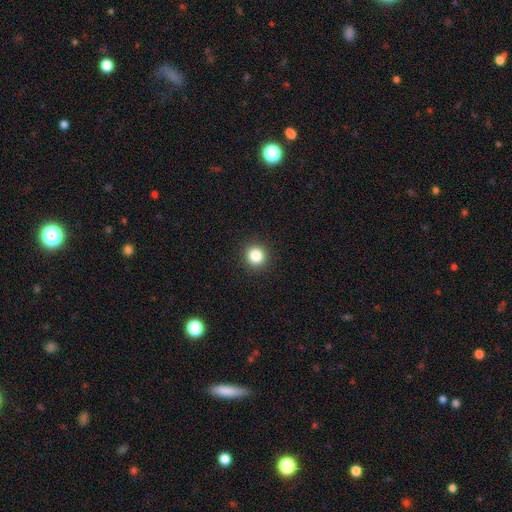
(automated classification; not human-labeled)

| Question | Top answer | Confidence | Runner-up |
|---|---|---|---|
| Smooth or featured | smooth | 85% | star or artifact (11%) |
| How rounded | round | 91% | in between (8%) |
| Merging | none | 92% | minor disturbance (5%) |